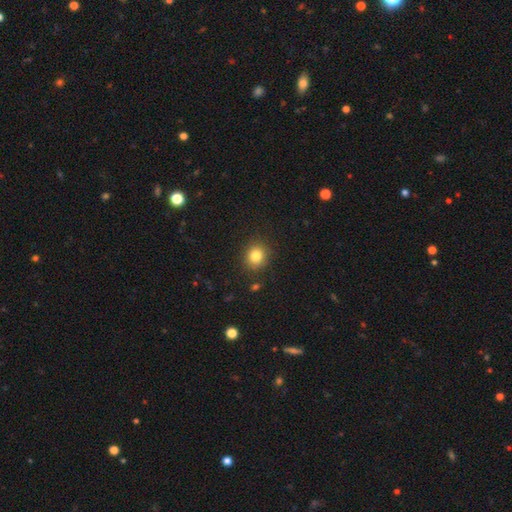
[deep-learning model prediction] Smooth or featured? smooth (81%)
How rounded? round (82%)
Merging? none (88%)